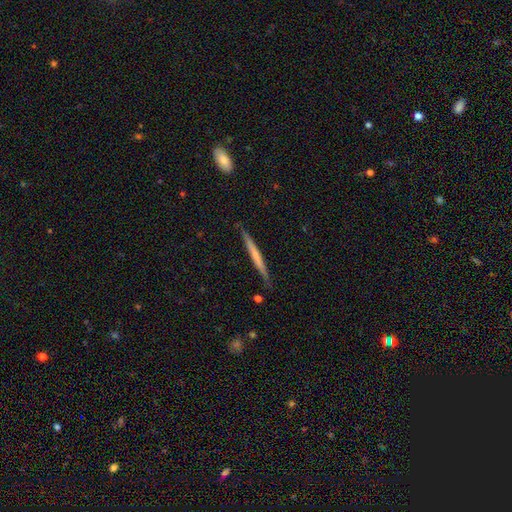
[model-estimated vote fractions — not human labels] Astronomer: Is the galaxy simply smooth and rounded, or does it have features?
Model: smooth — 48% (runner-up: featured or disk, 47%).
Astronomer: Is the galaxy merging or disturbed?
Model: none — 87%.